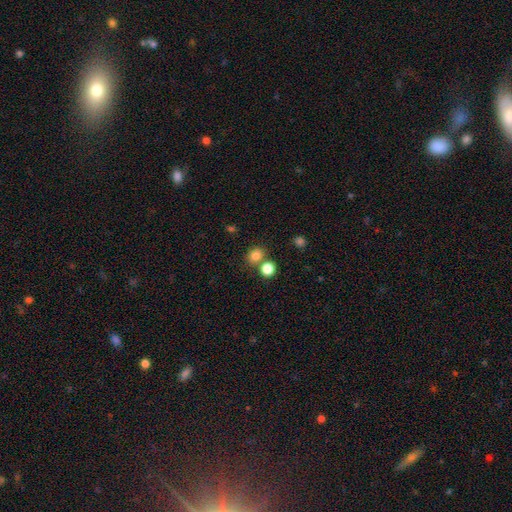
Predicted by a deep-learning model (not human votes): This appears to be a smooth galaxy with no disk features (81%) that is round (71%). Merging: none (65%).